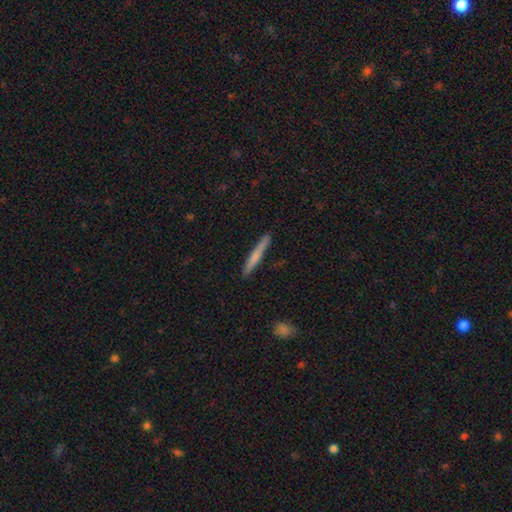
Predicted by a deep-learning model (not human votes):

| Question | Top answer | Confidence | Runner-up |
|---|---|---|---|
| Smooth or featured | smooth | 57% | featured or disk (37%) |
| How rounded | cigar-shaped | 96% | in between (3%) |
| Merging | none | 89% | minor disturbance (8%) |